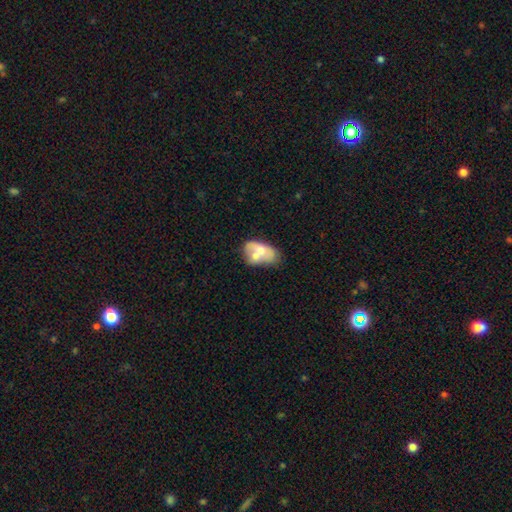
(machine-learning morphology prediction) This appears to be a smooth galaxy with no disk features (47%). Merging: merger (53%).